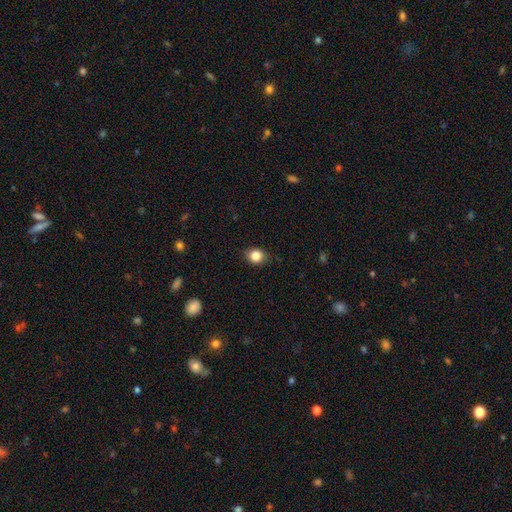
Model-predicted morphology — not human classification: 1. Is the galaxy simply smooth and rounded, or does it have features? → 84% smooth, 10% star or artifact, 6% featured or disk.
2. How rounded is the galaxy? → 68% round, 31% in between, 1% cigar-shaped.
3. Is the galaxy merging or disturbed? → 83% none, 13% minor disturbance, 3% major disturbance, 1% merger.